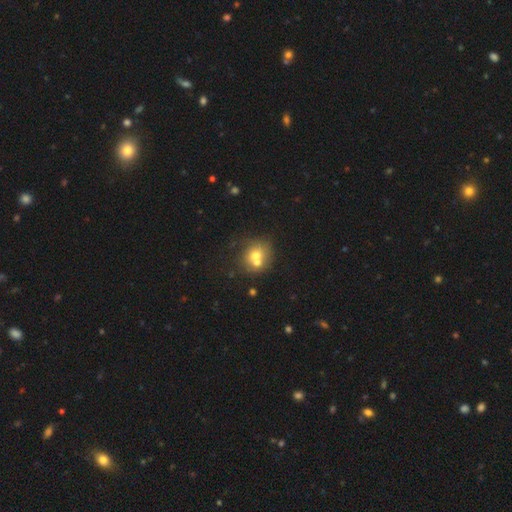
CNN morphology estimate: Overall: smooth (64%). How rounded: round (78%). Merging: merger (50%; none 37%).